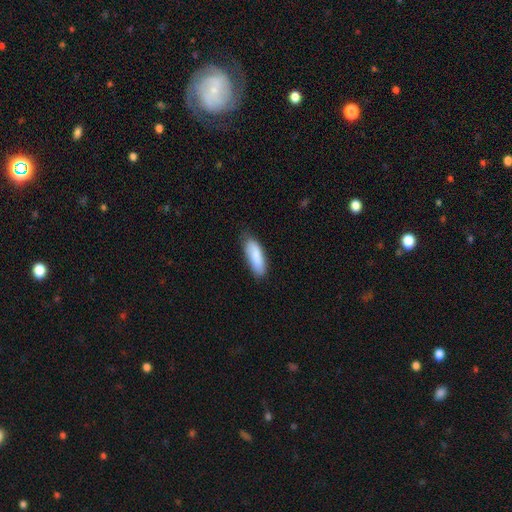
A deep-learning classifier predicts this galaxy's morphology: type=smooth (85%); roundness=in between (61%); merging=none (74%).